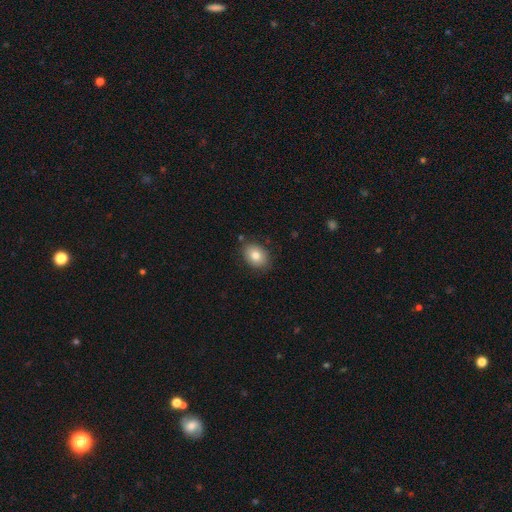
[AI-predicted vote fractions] A smooth galaxy with no disk features (81%) that is in between round and cigar-shaped (68%). Merging: none (83%).